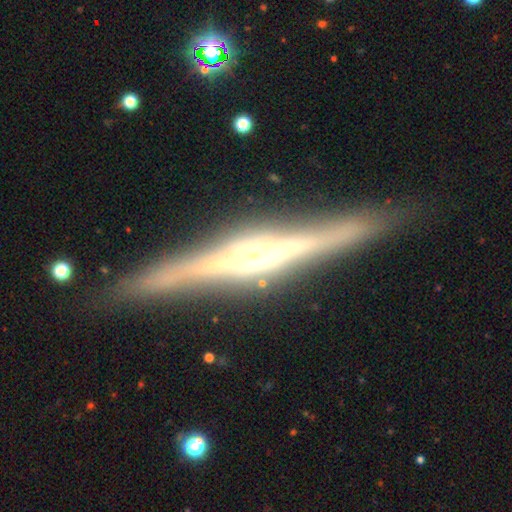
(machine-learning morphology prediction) A featured or disk galaxy (87%) viewed edge-on (98%) with a rounded central bulge (65%). Merging: none (89%).